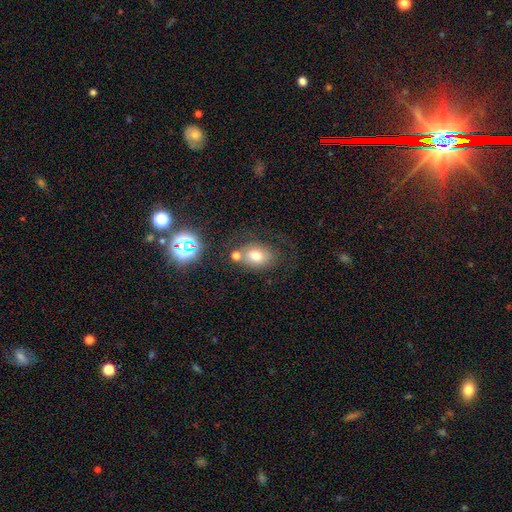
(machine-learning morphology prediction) type=smooth (70%); roundness=in between (69%); merging=none (55%).